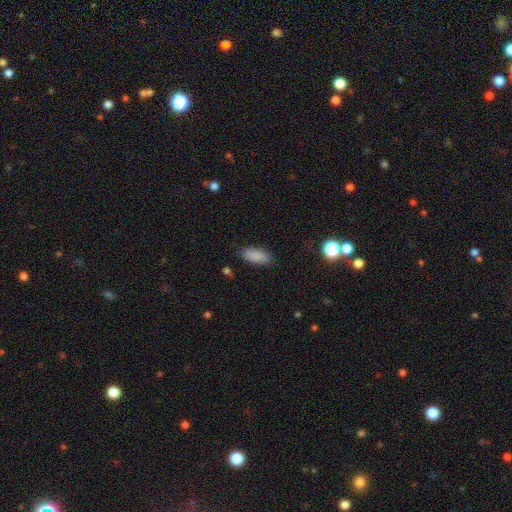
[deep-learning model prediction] Smooth or featured?
  - smooth: 87% *
  - star or artifact: 8%
  - featured or disk: 5%
How rounded?
  - in between: 85% *
  - cigar-shaped: 12%
  - round: 2%
Merging?
  - none: 82% *
  - minor disturbance: 13%
  - major disturbance: 3%
  - merger: 1%